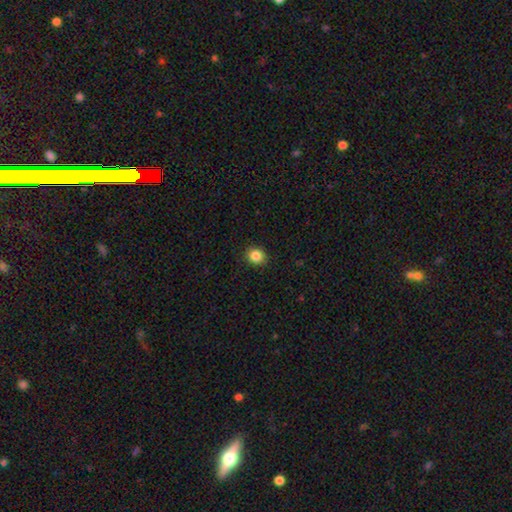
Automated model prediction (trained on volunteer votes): Smooth or featured?
  - smooth: 85% *
  - star or artifact: 10%
  - featured or disk: 5%
How rounded?
  - round: 77% *
  - in between: 23%
  - cigar-shaped: 1%
Merging?
  - none: 89% *
  - minor disturbance: 8%
  - major disturbance: 2%
  - merger: 1%